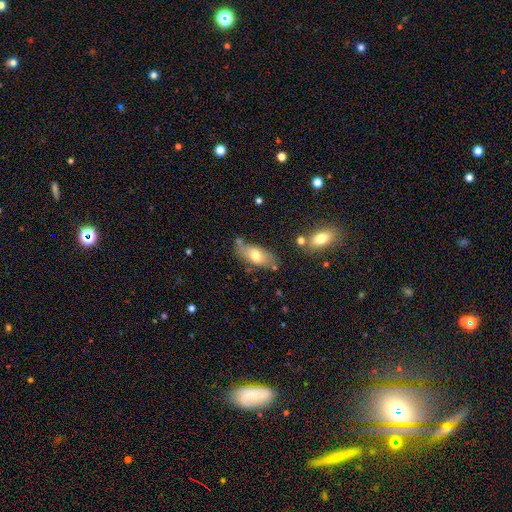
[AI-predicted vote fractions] smooth-or-featured: smooth: 63% | featured or disk: 29% | star or artifact: 8%
  how-rounded: in between: 84% | cigar-shaped: 12% | round: 3%
  merging: none: 61% | minor disturbance: 23% | merger: 10% | major disturbance: 6%